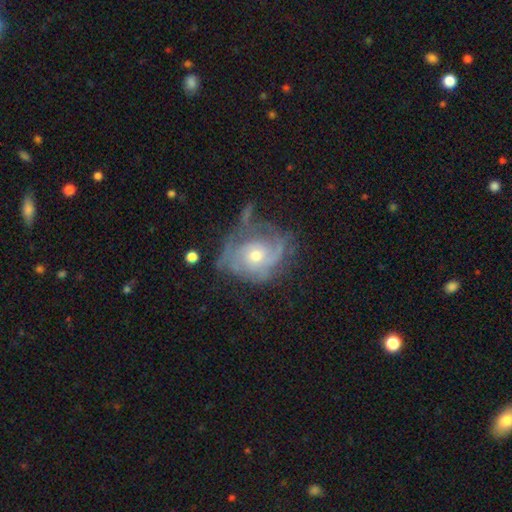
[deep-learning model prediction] A featured or disk galaxy (73%) with no bar (80%), tight (46%) spiral arms (80%) and a moderate central bulge (51%).

Vote fractions:
- Smooth or featured? featured or disk: 73% / smooth: 19% / star or artifact: 8%
- Edge-on disk? no: 97% / yes: 3%
- Bar? no: 80% / weak: 17% / strong: 3%
- Spiral arms? yes: 80% / no: 20%
- Spiral winding? tight: 46% / medium: 34% / loose: 20%
- Spiral arm count? can't tell: 39% / 2: 28% / 3: 13% / 1: 12% / 4: 5% / more than 4: 4%
- Bulge size? moderate: 51% / small: 44% / large: 3% / none: 1% / dominant: 1%
- Merging? none: 40% / major disturbance: 30% / minor disturbance: 25% / merger: 5%